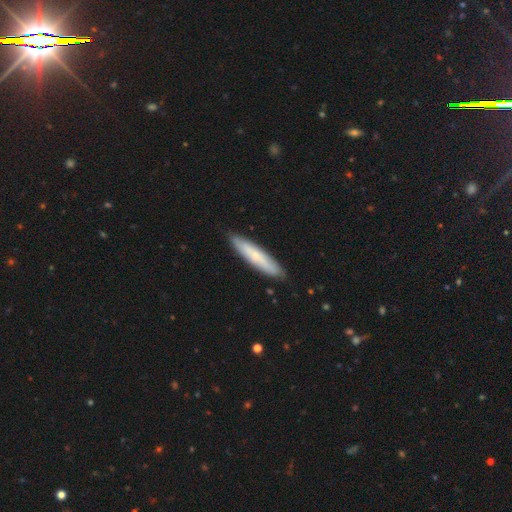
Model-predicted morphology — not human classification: Smooth or featured? Predicted: smooth (p=0.61). How rounded? Predicted: cigar-shaped (p=0.86). Merging? Predicted: none (p=0.88).